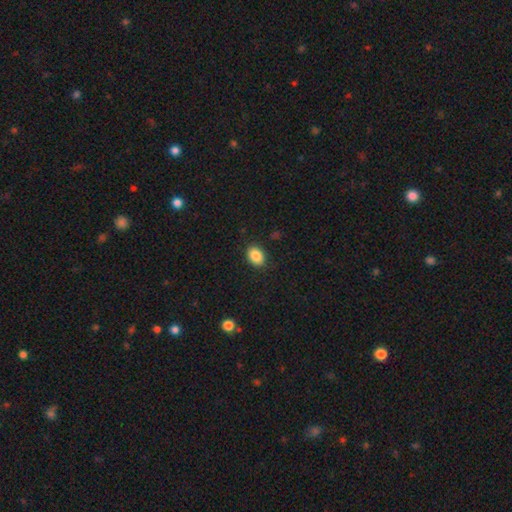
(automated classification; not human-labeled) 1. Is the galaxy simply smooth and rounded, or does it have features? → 87% smooth, 8% star or artifact, 5% featured or disk.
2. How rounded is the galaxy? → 72% in between, 27% round, 1% cigar-shaped.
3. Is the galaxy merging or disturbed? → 87% none, 9% minor disturbance, 2% major disturbance, 1% merger.